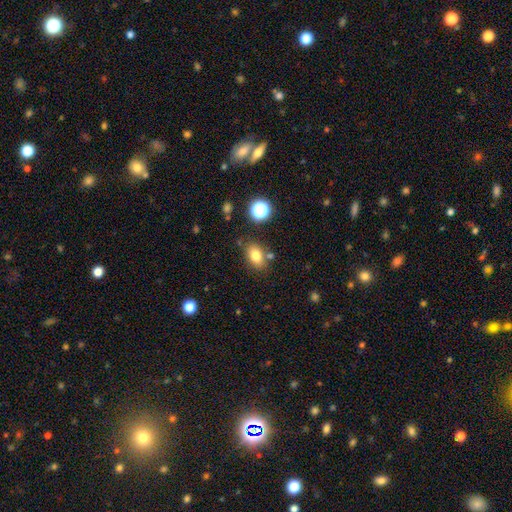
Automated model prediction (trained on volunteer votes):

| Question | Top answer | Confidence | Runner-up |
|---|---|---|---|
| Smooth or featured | smooth | 79% | star or artifact (11%) |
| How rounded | in between | 79% | round (20%) |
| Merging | none | 75% | minor disturbance (13%) |